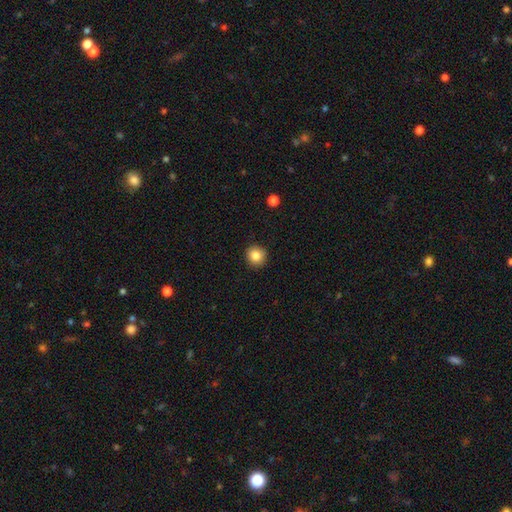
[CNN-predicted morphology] A smooth galaxy with no disk features (84%) that is round (92%).

Vote fractions:
- Smooth or featured? smooth: 84% / star or artifact: 10% / featured or disk: 6%
- How rounded? round: 92% / in between: 7% / cigar-shaped: 1%
- Merging? none: 91% / minor disturbance: 6% / major disturbance: 2% / merger: 1%